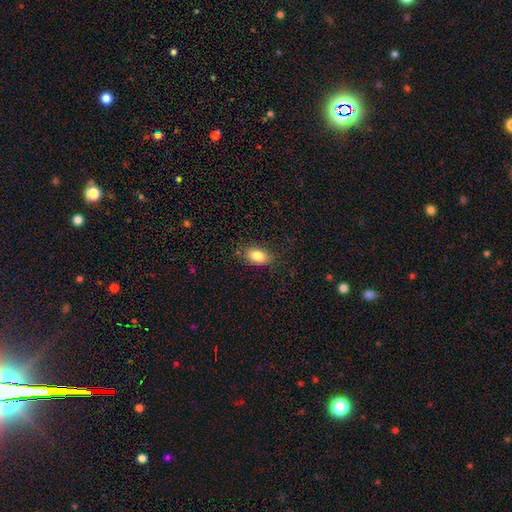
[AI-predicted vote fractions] smooth_or_featured: smooth (p=0.84) [alt: star or artifact p=0.08]
how_rounded: in between (p=0.90) [alt: round p=0.08]
merging: none (p=0.83) [alt: minor disturbance p=0.13]